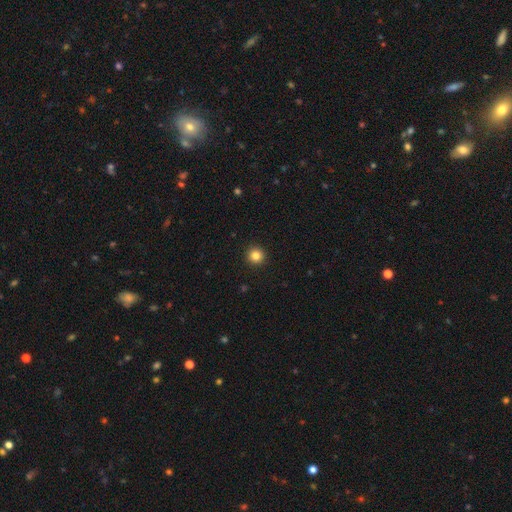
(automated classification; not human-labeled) Q: Smooth or featured?
A: smooth (84%); runner-up: star or artifact (12%)
Q: How rounded?
A: round (95%); runner-up: in between (4%)
Q: Merging?
A: none (93%); runner-up: minor disturbance (4%)